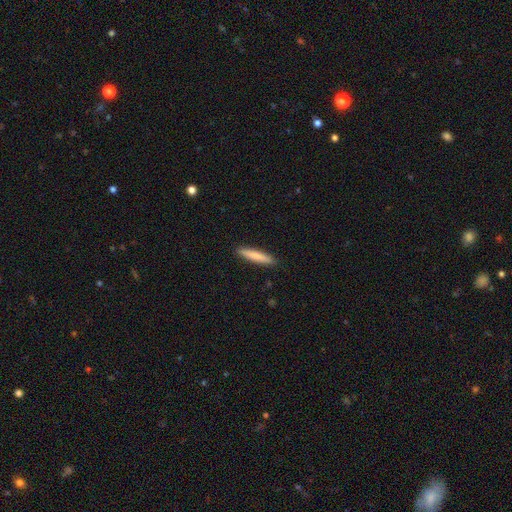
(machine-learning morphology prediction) A smooth galaxy with no disk features (80%) that is cigar-shaped (92%).

Vote fractions:
- Smooth or featured? smooth: 80% / featured or disk: 14% / star or artifact: 5%
- How rounded? cigar-shaped: 92% / in between: 7% / round: 1%
- Merging? none: 91% / minor disturbance: 6% / major disturbance: 1% / merger: 1%